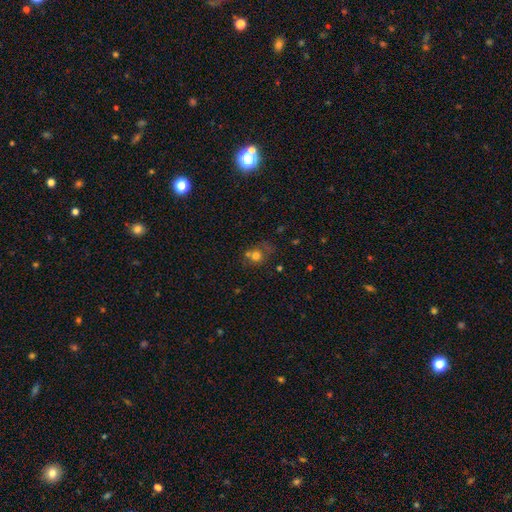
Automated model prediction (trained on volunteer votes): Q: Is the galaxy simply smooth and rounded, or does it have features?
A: smooth — 68%.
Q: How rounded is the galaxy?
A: round — 74%.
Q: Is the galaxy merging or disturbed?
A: none — 44%.